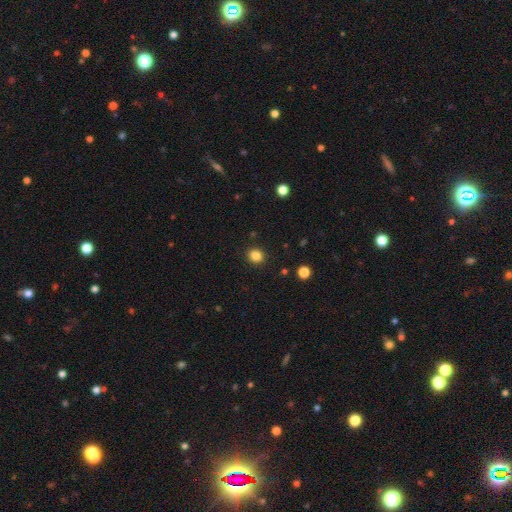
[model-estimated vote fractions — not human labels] Smooth or featured?
  - smooth: 84% *
  - star or artifact: 12%
  - featured or disk: 4%
How rounded?
  - round: 76% *
  - in between: 23%
  - cigar-shaped: 1%
Merging?
  - none: 91% *
  - minor disturbance: 6%
  - major disturbance: 2%
  - merger: 1%